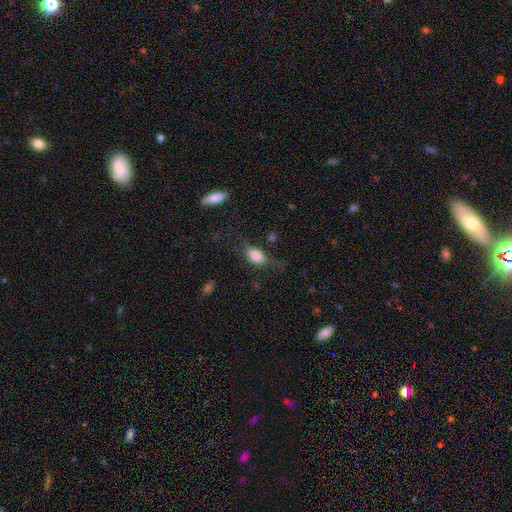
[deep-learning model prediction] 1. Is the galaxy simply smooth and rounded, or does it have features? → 75% smooth, 16% featured or disk, 9% star or artifact.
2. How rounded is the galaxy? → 82% in between, 9% round, 8% cigar-shaped.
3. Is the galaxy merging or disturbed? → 49% none, 28% minor disturbance, 21% major disturbance, 3% merger.